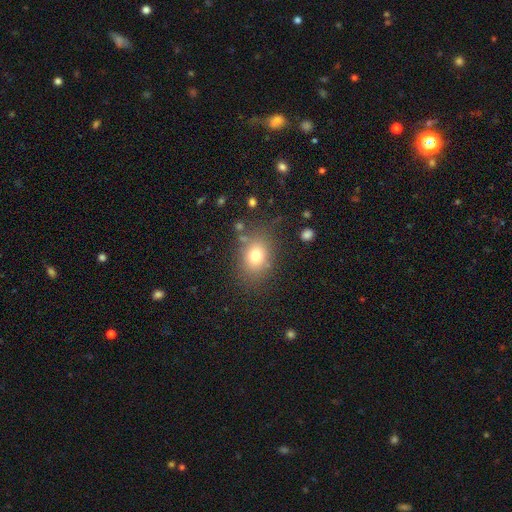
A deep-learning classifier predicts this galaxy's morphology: This appears to be a smooth galaxy with no disk features (75%) that is in between round and cigar-shaped (55%). Merging: none (76%).